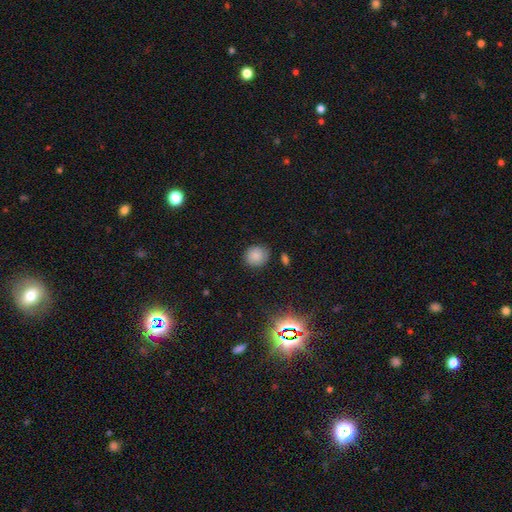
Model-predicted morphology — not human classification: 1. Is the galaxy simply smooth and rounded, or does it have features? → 77% smooth, 12% star or artifact, 10% featured or disk.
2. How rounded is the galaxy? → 82% round, 17% in between, 1% cigar-shaped.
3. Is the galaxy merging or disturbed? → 80% none, 15% minor disturbance, 3% major disturbance, 2% merger.